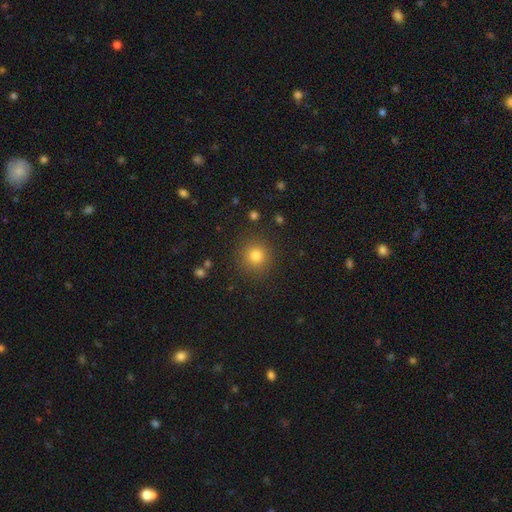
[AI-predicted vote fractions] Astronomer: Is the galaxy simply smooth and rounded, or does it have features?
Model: smooth — 81%.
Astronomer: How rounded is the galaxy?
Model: round — 94%.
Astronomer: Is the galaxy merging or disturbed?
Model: none — 89%.